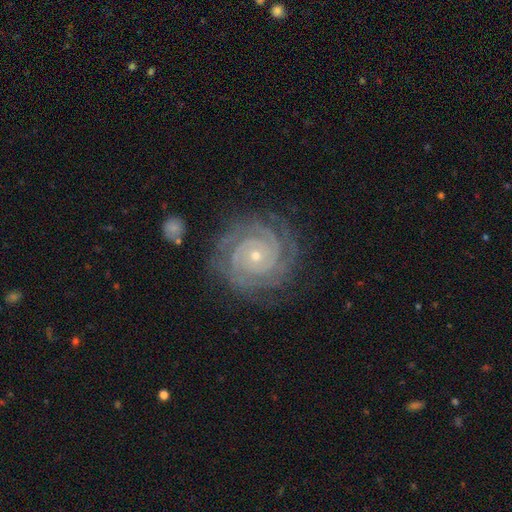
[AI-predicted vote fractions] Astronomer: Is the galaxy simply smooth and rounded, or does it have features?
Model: featured or disk — 92%.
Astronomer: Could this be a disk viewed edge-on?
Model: no — 98%.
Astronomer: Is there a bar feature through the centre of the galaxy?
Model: no — 78%.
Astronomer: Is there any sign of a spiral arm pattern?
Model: yes — 99%.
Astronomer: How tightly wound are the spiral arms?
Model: tight — 88%.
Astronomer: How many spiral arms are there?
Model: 2 — 36% (runner-up: 3, 26%).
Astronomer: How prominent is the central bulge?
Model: small — 73%.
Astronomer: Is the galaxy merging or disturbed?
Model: none — 81%.